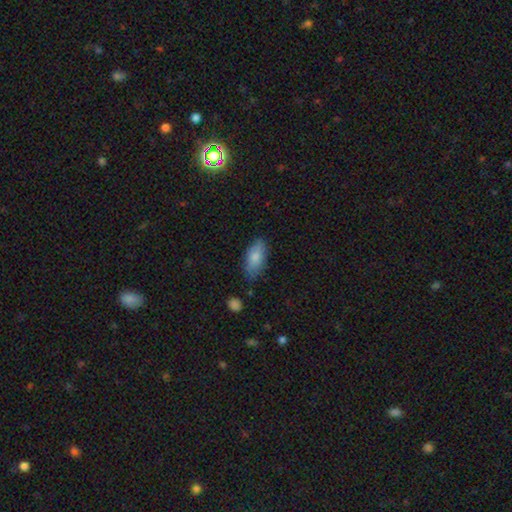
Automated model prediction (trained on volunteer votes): Smooth or featured? Predicted: smooth (p=0.80). How rounded? Predicted: in between (p=0.86). Merging? Predicted: none (p=0.78).